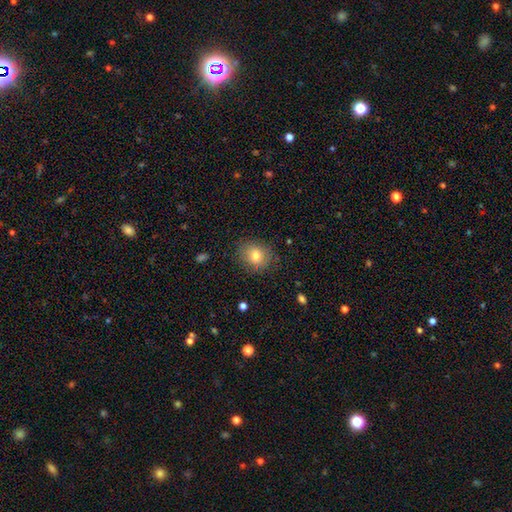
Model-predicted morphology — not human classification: The model was most divided on "how rounded": round: 63%, in between: 36%, cigar-shaped: 1%. More confident: merging — none (82%); smooth or featured — smooth (77%).